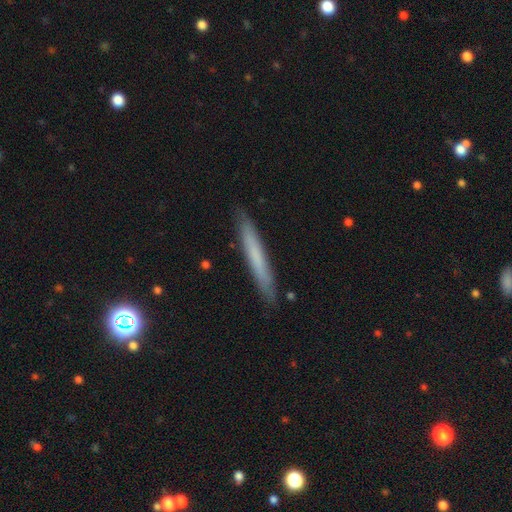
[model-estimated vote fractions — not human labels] Smooth or featured? Predicted: smooth (p=0.62). How rounded? Predicted: cigar-shaped (p=0.96). Merging? Predicted: none (p=0.89).